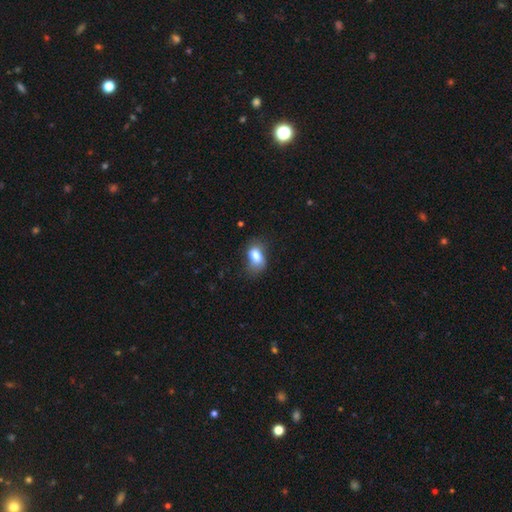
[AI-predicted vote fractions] Overall: smooth (77%). How rounded: in between (83%). Merging: none (47%; minor disturbance 32%).